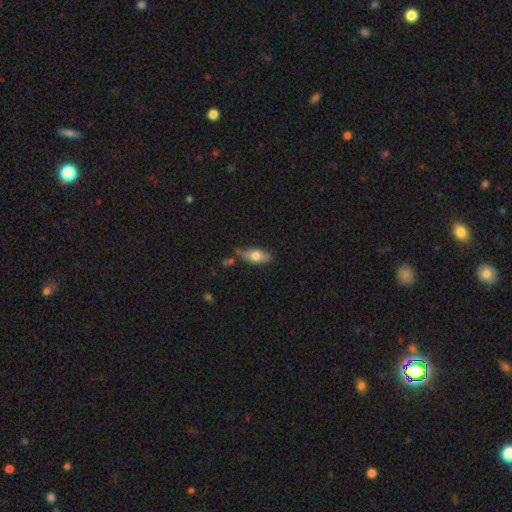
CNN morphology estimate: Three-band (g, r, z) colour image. It shows a smooth galaxy with no disk features (66%) that is in between round and cigar-shaped (82%). Merging: none (63%).